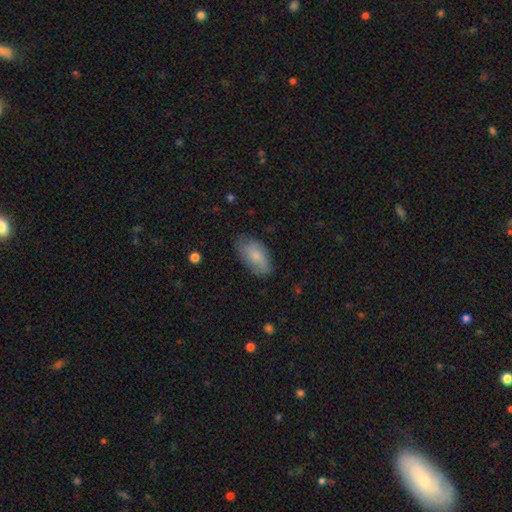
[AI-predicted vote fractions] This is likely a smooth galaxy (77%). How rounded: clearly in between (93%). Merging: likely none (73%).